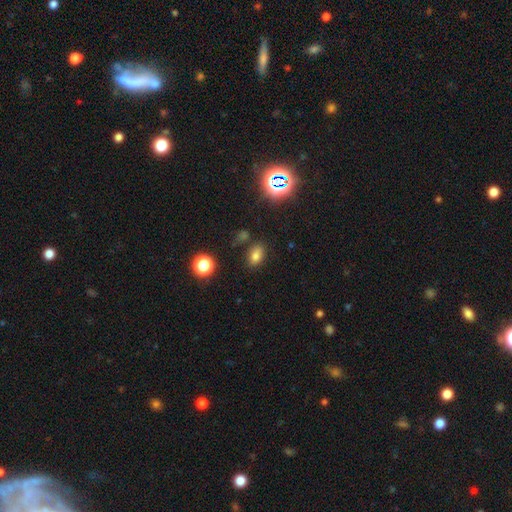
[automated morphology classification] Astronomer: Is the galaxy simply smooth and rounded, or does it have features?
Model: smooth — 73%.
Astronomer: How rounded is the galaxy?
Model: in between — 82%.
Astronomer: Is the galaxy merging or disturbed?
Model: none — 77%.